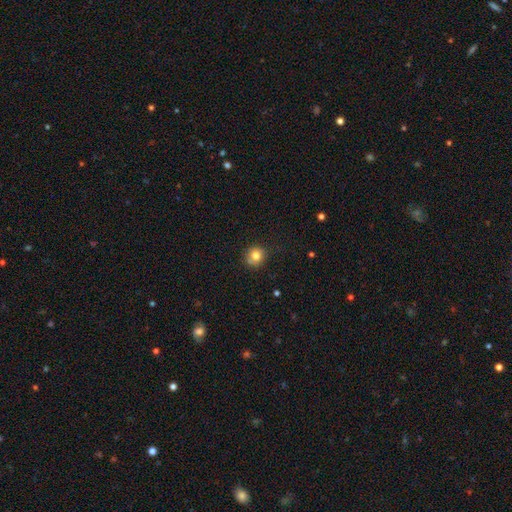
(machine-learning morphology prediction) type=smooth (80%); roundness=round (87%); merging=none (73%).